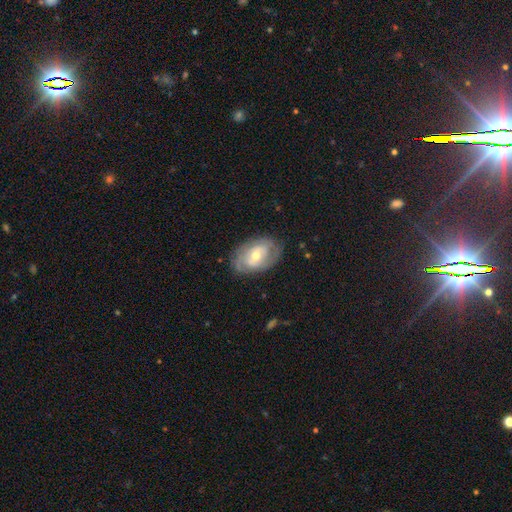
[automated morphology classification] This appears to be a featured or disk galaxy (68%) with no bar (52%), 2 (43%) tight (53%) spiral arms (78%) and a moderate central bulge (63%). Merging: none (73%).